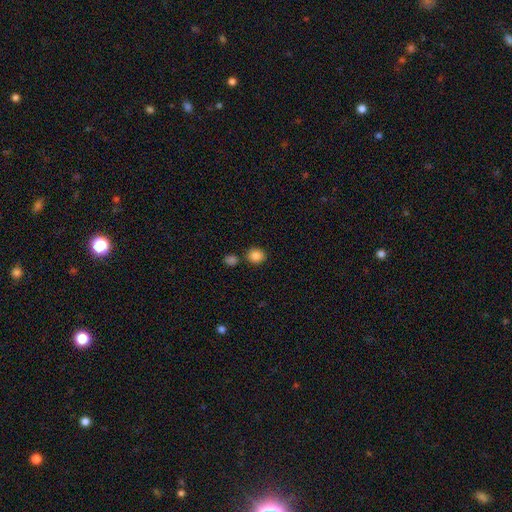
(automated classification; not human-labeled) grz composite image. It shows a smooth galaxy with no disk features (86%) that is round (77%). Merging: none (77%).